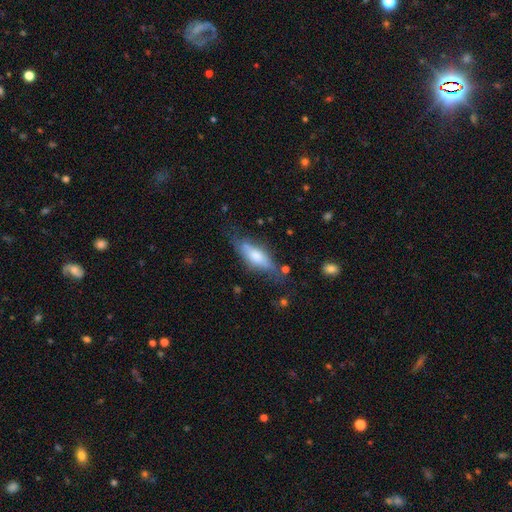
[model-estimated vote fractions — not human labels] Smooth or featured?
  - smooth: 57% *
  - featured or disk: 36%
  - star or artifact: 7%
How rounded?
  - in between: 54% *
  - cigar-shaped: 43%
  - round: 2%
Merging?
  - none: 64% *
  - minor disturbance: 24%
  - major disturbance: 8%
  - merger: 3%